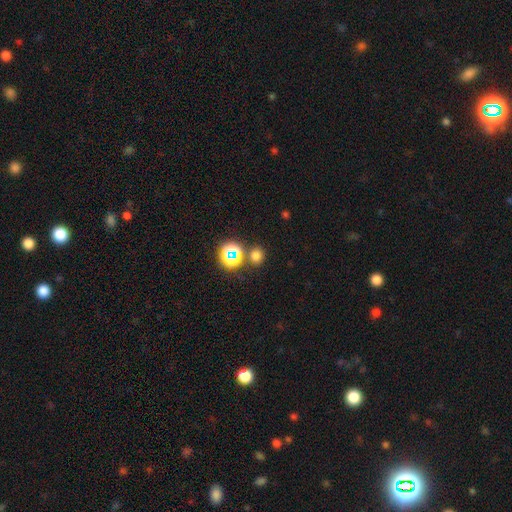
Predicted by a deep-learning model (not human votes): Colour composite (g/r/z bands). It shows a smooth galaxy with no disk features (68%) that is round (81%). Merging: none (79%).